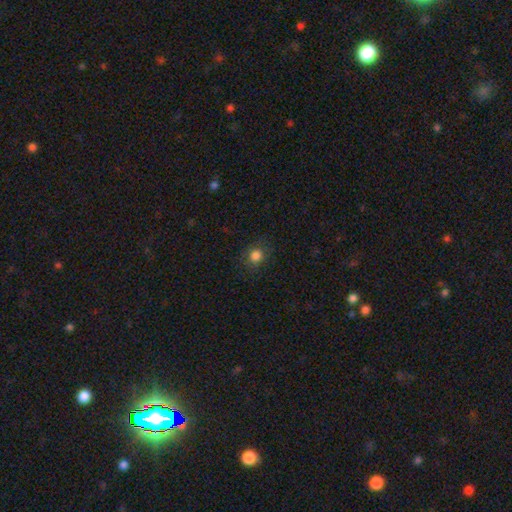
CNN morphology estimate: Smooth or featured: smooth — 82% (star or artifact — 12%)
How rounded: round — 79% (in between — 20%)
Merging: none — 83% (minor disturbance — 12%)